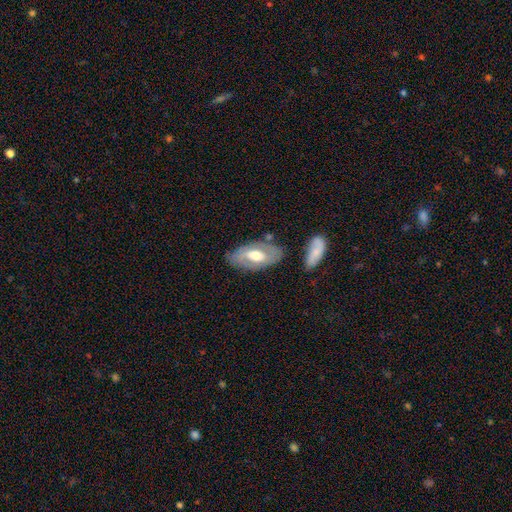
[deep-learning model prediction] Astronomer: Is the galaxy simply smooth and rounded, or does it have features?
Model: featured or disk — 59% (runner-up: smooth, 36%).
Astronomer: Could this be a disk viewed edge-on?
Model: no — 87%.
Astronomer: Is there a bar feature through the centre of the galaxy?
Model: no — 43% (runner-up: weak, 37%).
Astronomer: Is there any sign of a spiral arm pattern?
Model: yes — 52% (runner-up: no, 48%).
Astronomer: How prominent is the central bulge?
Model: moderate — 69%.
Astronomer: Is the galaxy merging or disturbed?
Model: none — 71%.